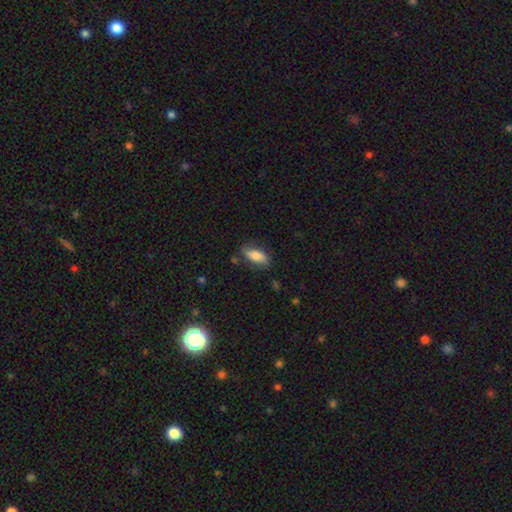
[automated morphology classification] smooth_or_featured: smooth (p=0.76) [alt: featured or disk p=0.17]
how_rounded: in between (p=0.84) [alt: cigar-shaped p=0.12]
merging: none (p=0.74) [alt: minor disturbance p=0.19]